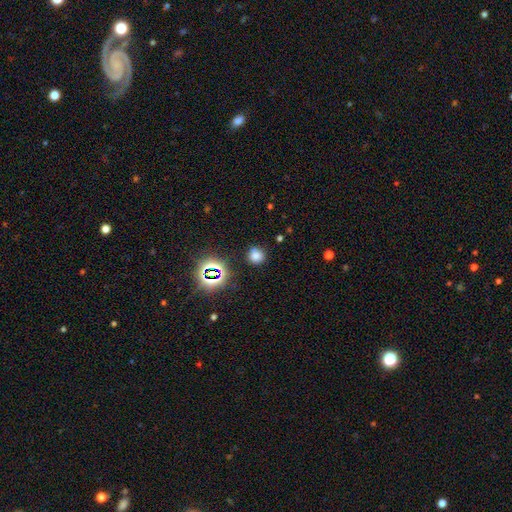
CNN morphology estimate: This appears to be a smooth galaxy with no disk features (69%) that is round (88%). Merging: none (83%).